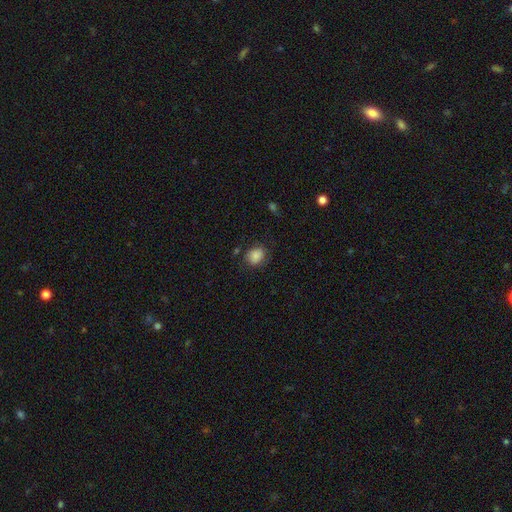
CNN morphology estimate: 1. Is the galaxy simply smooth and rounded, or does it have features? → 83% smooth, 9% star or artifact, 8% featured or disk.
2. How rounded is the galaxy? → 57% round, 43% in between, 1% cigar-shaped.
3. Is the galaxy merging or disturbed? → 70% none, 19% minor disturbance, 7% major disturbance, 3% merger.